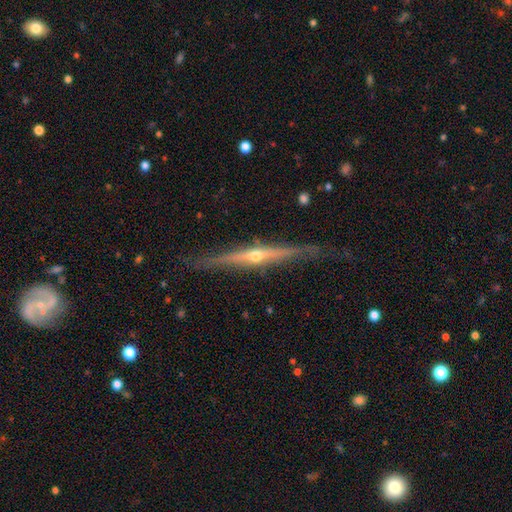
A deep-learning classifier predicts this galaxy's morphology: This appears to be a featured or disk galaxy (84%) viewed edge-on (98%) with a rounded central bulge (89%). Merging: none (85%).